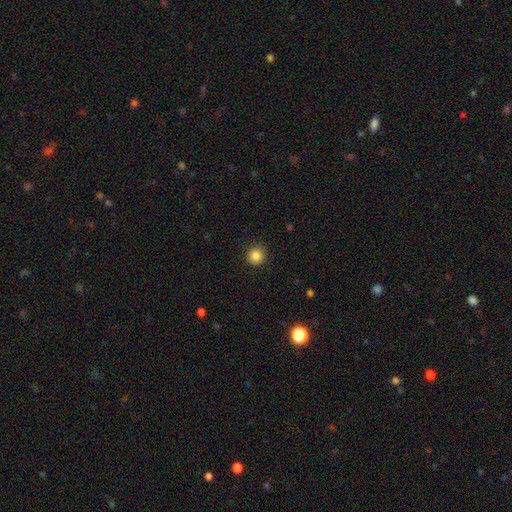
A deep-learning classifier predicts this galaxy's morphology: Smooth or featured? smooth (85%)
How rounded? round (93%)
Merging? none (90%)